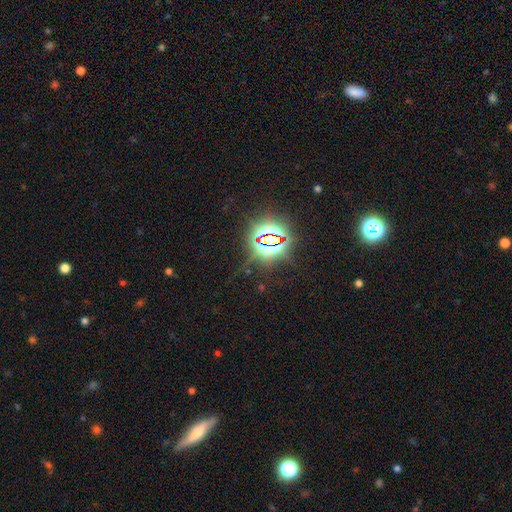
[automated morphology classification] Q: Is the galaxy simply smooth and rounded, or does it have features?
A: star or artifact — 79%.